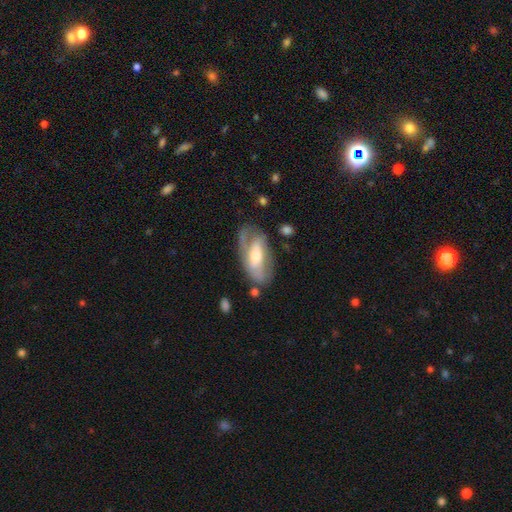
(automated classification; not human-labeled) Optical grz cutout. It shows a featured or disk galaxy (68%) with a strong bar (35%), spiral arms (73%) and a moderate central bulge (59%). Merging: none (62%).